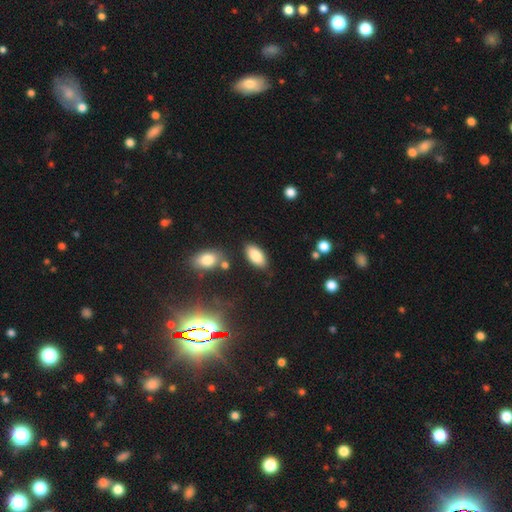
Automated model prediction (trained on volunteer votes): Q: Smooth or featured?
A: smooth (85%); runner-up: star or artifact (8%)
Q: How rounded?
A: in between (92%); runner-up: cigar-shaped (5%)
Q: Merging?
A: none (82%); runner-up: minor disturbance (12%)